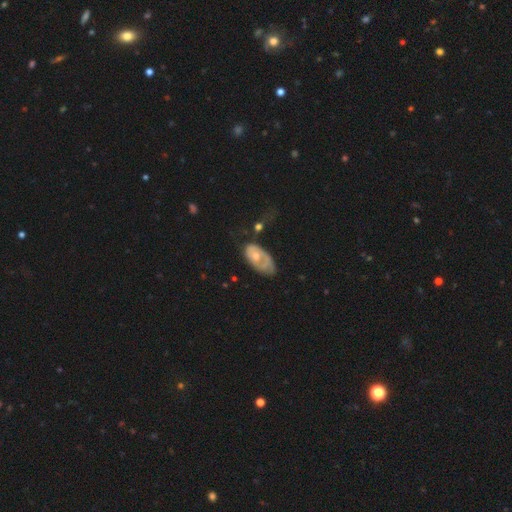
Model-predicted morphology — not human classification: A featured or disk galaxy (54%). Merging: none (34%).